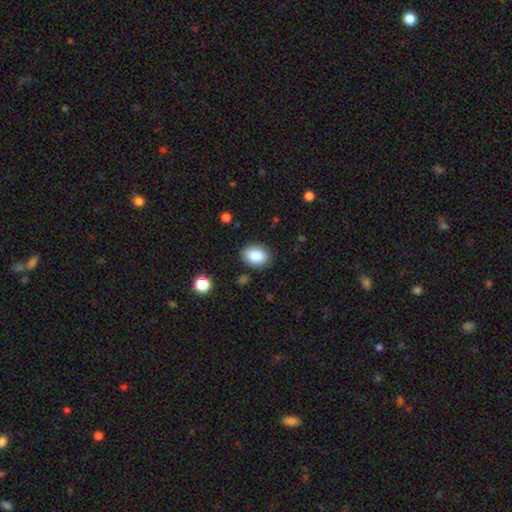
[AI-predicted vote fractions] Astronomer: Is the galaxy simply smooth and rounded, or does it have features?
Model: smooth — 86%.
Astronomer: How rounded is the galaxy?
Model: in between — 76%.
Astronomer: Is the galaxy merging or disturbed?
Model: none — 86%.